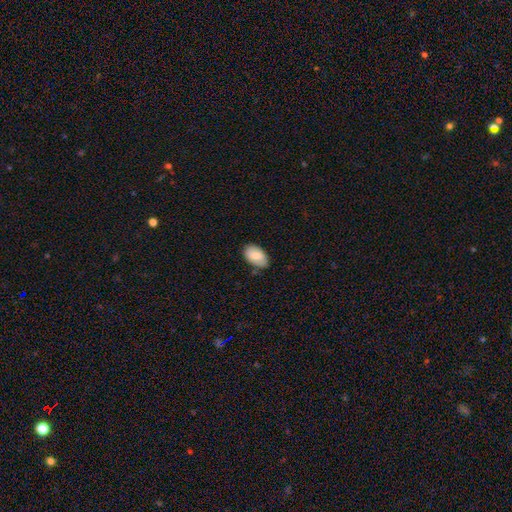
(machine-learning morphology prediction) smooth-or-featured: smooth: 76% | featured or disk: 18% | star or artifact: 7%
  how-rounded: in between: 93% | round: 6% | cigar-shaped: 1%
  merging: none: 72% | minor disturbance: 22% | major disturbance: 4% | merger: 2%